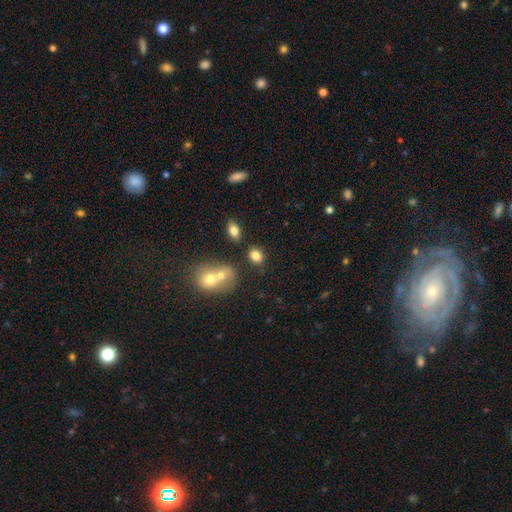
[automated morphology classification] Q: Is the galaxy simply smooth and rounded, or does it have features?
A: smooth — 82%.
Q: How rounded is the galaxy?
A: in between — 53%.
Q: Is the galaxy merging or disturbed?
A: none — 71%.